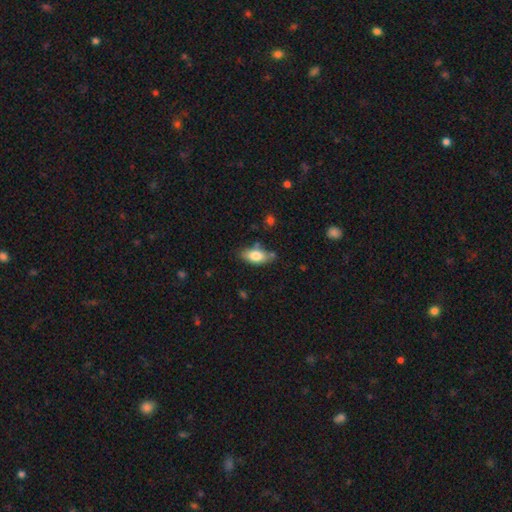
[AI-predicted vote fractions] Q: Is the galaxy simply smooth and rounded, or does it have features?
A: smooth — 78%.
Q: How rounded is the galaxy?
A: in between — 87%.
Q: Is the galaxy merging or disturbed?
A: none — 72%.